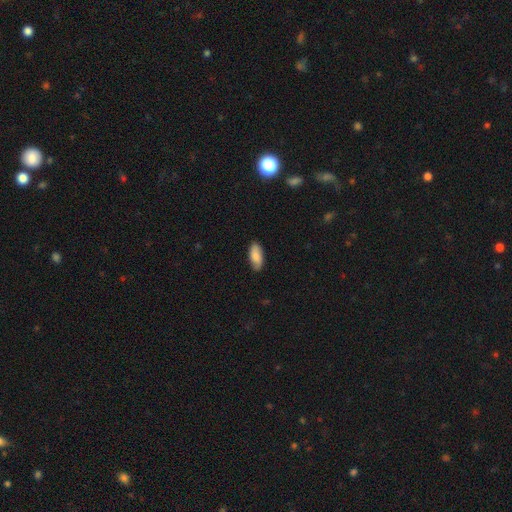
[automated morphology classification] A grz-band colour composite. It shows a smooth galaxy with no disk features (84%) that is in between round and cigar-shaped (88%). Merging: none (86%).